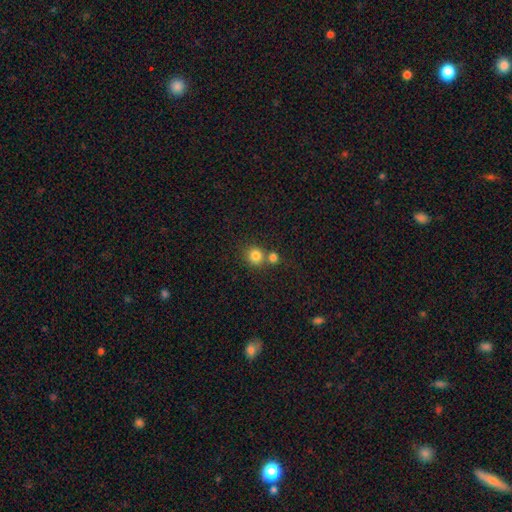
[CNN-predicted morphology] A smooth galaxy with no disk features (82%) that is round (88%).

Vote fractions:
- Smooth or featured? smooth: 82% / star or artifact: 12% / featured or disk: 6%
- How rounded? round: 88% / in between: 11% / cigar-shaped: 1%
- Merging? none: 58% / merger: 32% / minor disturbance: 7% / major disturbance: 3%